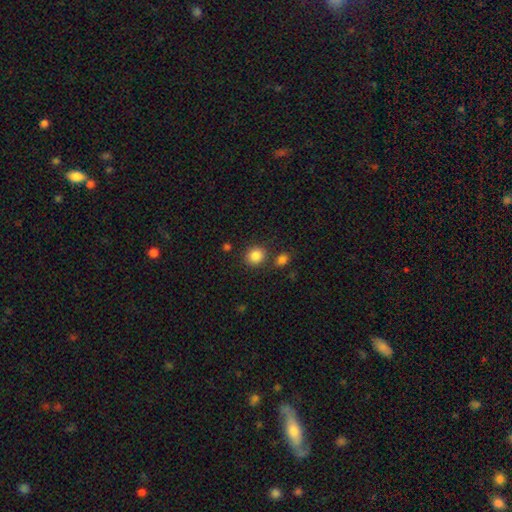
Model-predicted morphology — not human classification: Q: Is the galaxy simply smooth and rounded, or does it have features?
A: smooth — 86%.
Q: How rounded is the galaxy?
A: round — 81%.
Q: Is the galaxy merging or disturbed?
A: none — 78%.